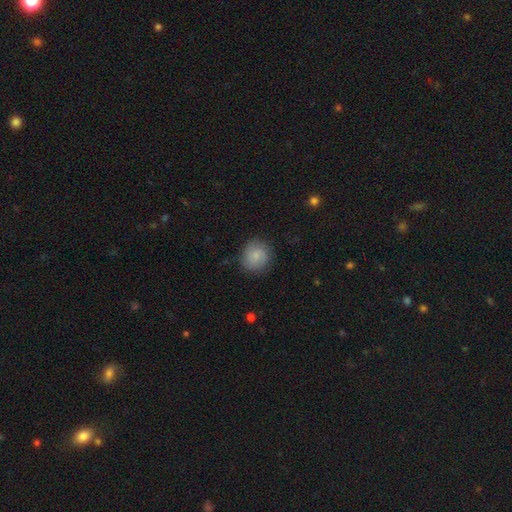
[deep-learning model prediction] A smooth galaxy with no disk features (76%) that is round (87%). Merging: none (84%).